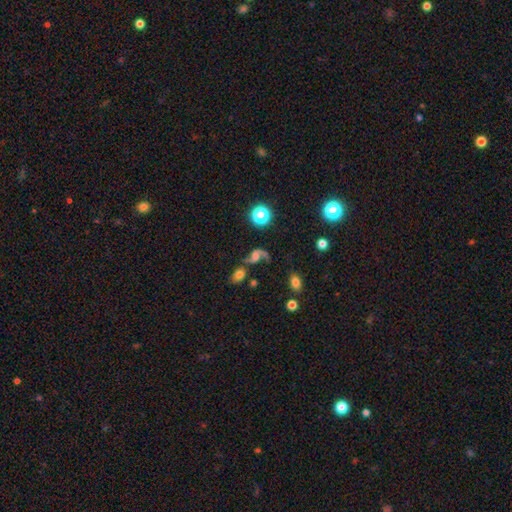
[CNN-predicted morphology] type=featured or disk (64%); edge-on=no (96%); bar=no (56%); spiral arms=yes (89%); winding=loose (83%); arm count=2 (77%); bulge=moderate (32%); merging=none (42%).